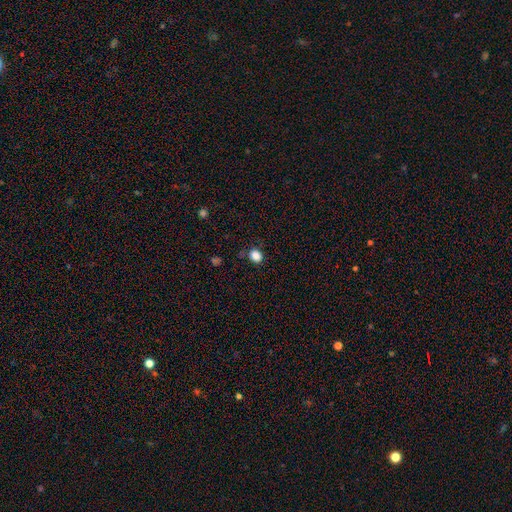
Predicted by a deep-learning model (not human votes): smooth_or_featured: smooth (p=0.85) [alt: star or artifact p=0.11]
how_rounded: round (p=0.53) [alt: in between p=0.46]
merging: none (p=0.80) [alt: minor disturbance p=0.14]